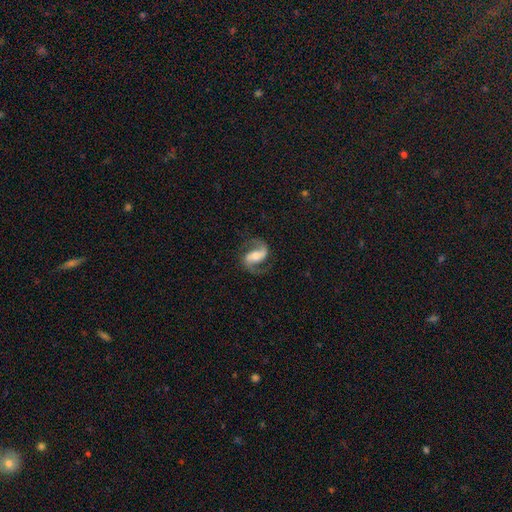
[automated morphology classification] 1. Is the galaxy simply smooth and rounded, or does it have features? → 86% featured or disk, 9% smooth, 5% star or artifact.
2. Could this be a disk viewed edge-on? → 97% no, 3% yes.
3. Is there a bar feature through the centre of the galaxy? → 41% strong, 35% weak, 24% no.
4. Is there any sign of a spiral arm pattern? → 96% yes, 4% no.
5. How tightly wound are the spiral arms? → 49% medium, 39% loose, 12% tight.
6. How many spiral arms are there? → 92% 2, 3% 1, 2% can't tell, 1% 3, 1% 4, 1% more than 4.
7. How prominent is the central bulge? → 57% moderate, 31% small, 9% large, 3% none, 2% dominant.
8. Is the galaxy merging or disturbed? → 77% none, 13% minor disturbance, 9% major disturbance, 1% merger.